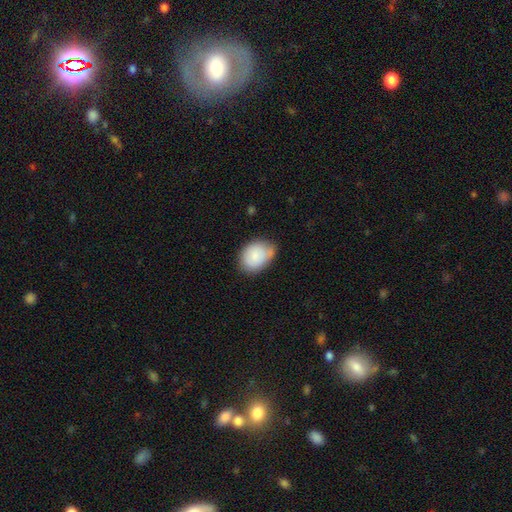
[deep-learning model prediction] The model was most divided on "merging": none: 61%, minor disturbance: 29%, major disturbance: 5%, merger: 5%. More confident: smooth or featured — smooth (84%); how rounded — in between (71%).